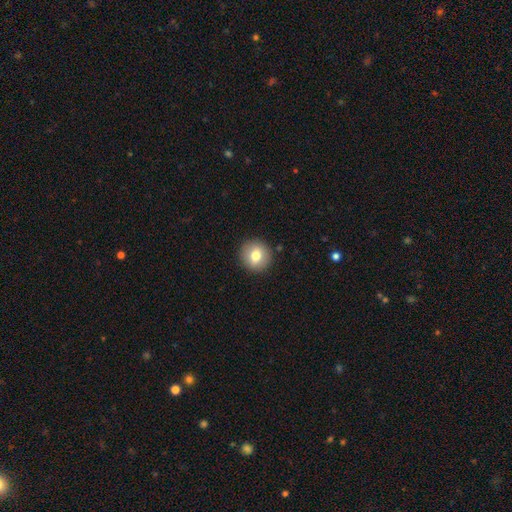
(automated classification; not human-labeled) This appears to be a smooth galaxy with no disk features (76%) that is round (92%). Merging: none (91%).